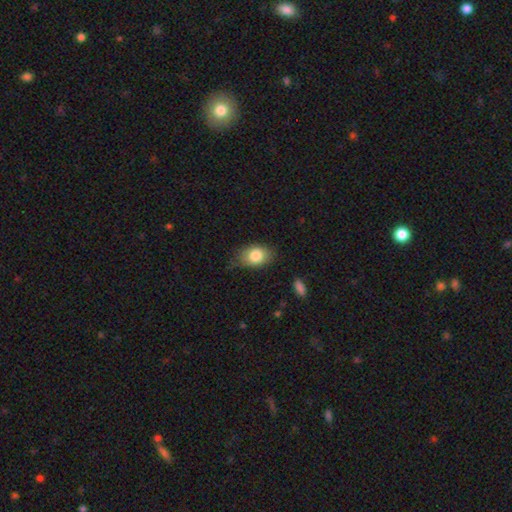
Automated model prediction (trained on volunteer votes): smooth_or_featured: smooth (p=0.82) [alt: featured or disk p=0.10]
how_rounded: in between (p=0.78) [alt: round p=0.21]
merging: none (p=0.67) [alt: minor disturbance p=0.25]